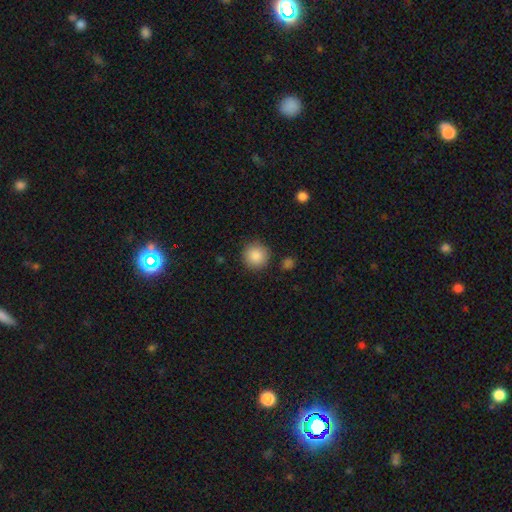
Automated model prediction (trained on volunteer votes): A smooth galaxy with no disk features (88%) that is round (95%). Merging: none (89%).